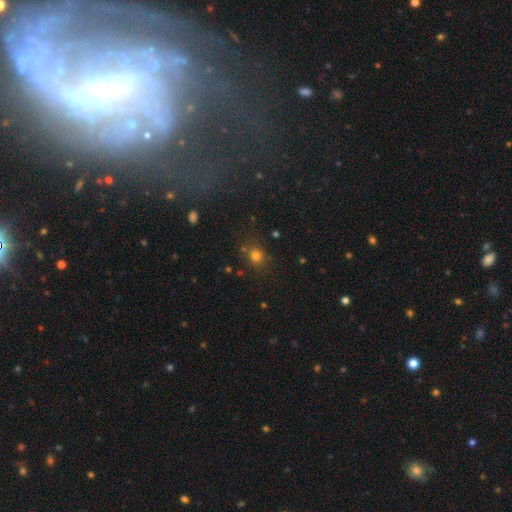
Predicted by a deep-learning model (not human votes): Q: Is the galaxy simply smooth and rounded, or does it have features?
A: smooth — 75%.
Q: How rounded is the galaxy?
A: round — 76%.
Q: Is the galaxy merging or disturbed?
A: none — 77%.